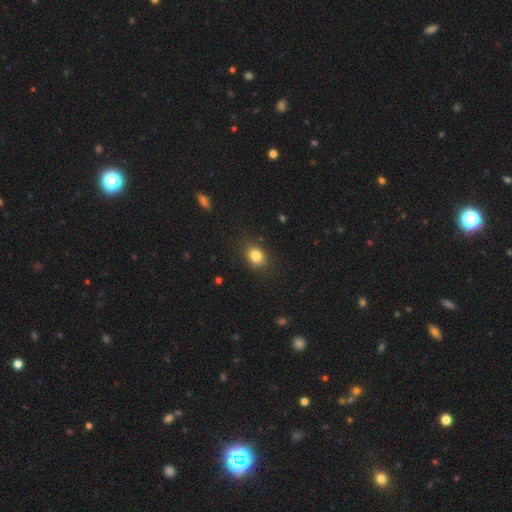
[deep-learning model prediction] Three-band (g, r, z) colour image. It shows a smooth galaxy with no disk features (83%) that is in between round and cigar-shaped (59%). Merging: none (81%).